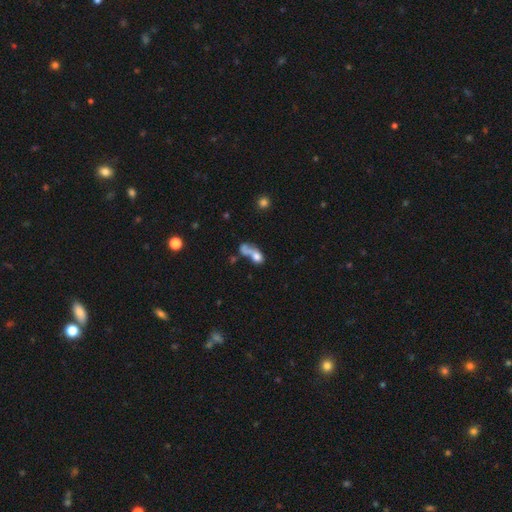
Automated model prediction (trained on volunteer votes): A smooth galaxy with no disk features (62%) that is in between round and cigar-shaped (59%).

Vote fractions:
- Smooth or featured? smooth: 62% / featured or disk: 25% / star or artifact: 12%
- How rounded? in between: 59% / round: 29% / cigar-shaped: 12%
- Merging? merger: 49% / major disturbance: 22% / none: 20% / minor disturbance: 10%